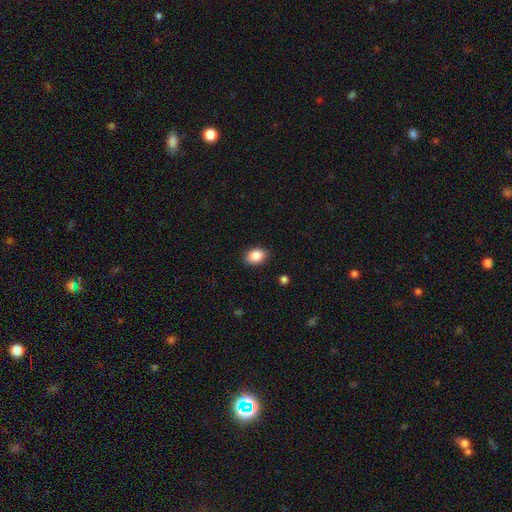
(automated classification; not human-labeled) Smooth or featured?
  - smooth: 87% *
  - star or artifact: 8%
  - featured or disk: 5%
How rounded?
  - in between: 79% *
  - round: 20%
  - cigar-shaped: 1%
Merging?
  - none: 87% *
  - minor disturbance: 9%
  - major disturbance: 2%
  - merger: 1%